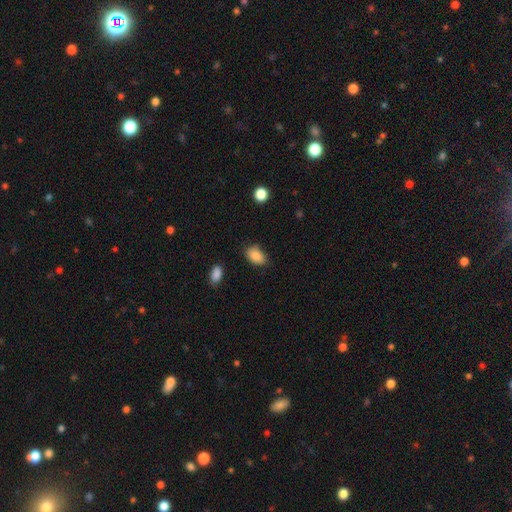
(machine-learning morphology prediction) This appears to be a smooth galaxy with no disk features (88%) that is in between round and cigar-shaped (88%). Merging: none (73%).